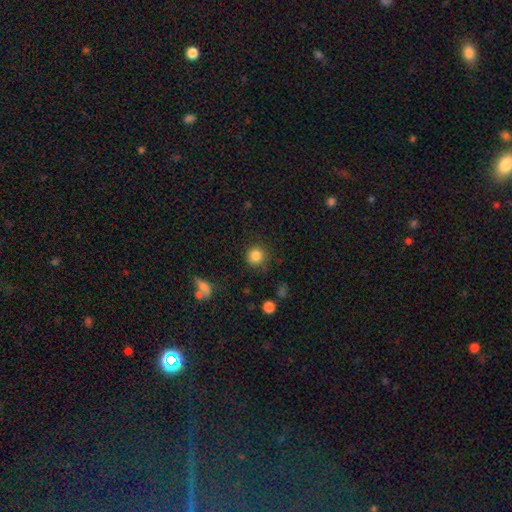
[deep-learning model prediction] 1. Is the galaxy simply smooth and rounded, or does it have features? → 85% smooth, 11% star or artifact, 4% featured or disk.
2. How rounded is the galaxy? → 93% round, 7% in between, 1% cigar-shaped.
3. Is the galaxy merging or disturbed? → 86% none, 8% minor disturbance, 3% major disturbance, 2% merger.